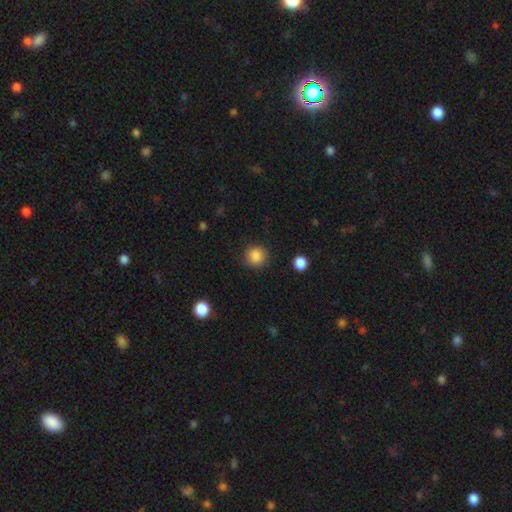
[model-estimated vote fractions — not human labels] Smooth or featured?
  - smooth: 87% *
  - star or artifact: 10%
  - featured or disk: 3%
How rounded?
  - round: 91% *
  - in between: 8%
  - cigar-shaped: 1%
Merging?
  - none: 88% *
  - minor disturbance: 8%
  - major disturbance: 3%
  - merger: 1%